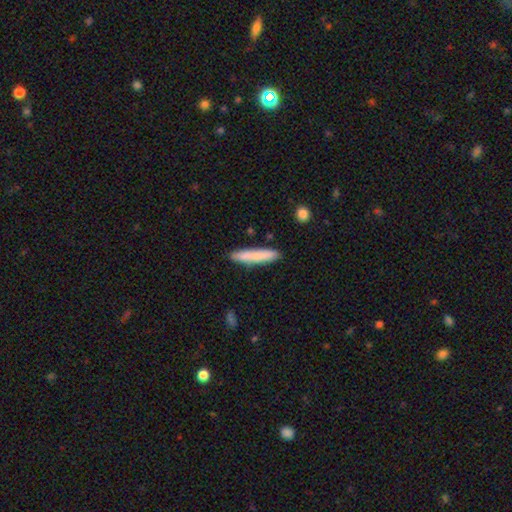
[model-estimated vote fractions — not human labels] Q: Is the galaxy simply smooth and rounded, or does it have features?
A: smooth — 76%.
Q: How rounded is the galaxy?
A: cigar-shaped — 90%.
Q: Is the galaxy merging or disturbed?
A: none — 84%.